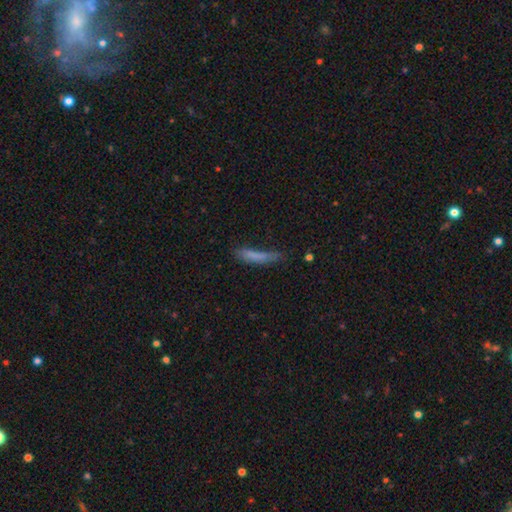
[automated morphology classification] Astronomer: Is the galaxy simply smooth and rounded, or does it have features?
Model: smooth — 73%.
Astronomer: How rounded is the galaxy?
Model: cigar-shaped — 85%.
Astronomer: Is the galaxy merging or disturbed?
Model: none — 50% (runner-up: minor disturbance, 30%).